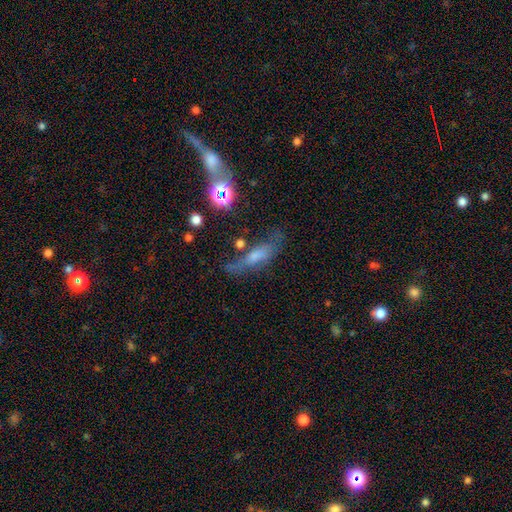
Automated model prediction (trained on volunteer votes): Smooth or featured? Predicted: smooth (p=0.44). Merging? Predicted: none (p=0.47).